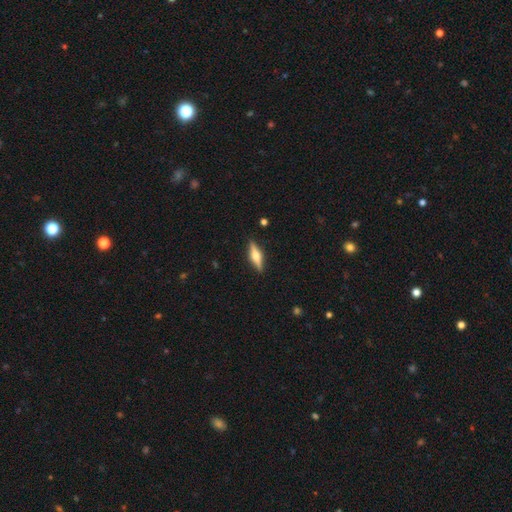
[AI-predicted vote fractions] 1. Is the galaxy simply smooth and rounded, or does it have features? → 63% featured or disk, 31% smooth, 6% star or artifact.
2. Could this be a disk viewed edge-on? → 96% yes, 4% no.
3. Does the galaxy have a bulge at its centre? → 91% rounded, 7% boxy, 2% none.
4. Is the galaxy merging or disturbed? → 89% none, 8% minor disturbance, 2% major disturbance, 1% merger.